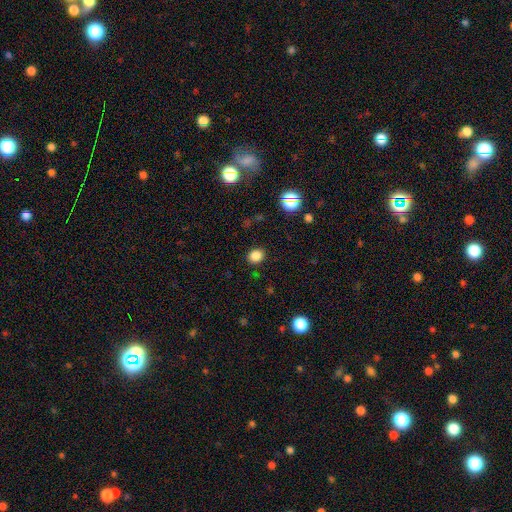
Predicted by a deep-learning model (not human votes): smooth_or_featured: smooth (p=0.84) [alt: star or artifact p=0.12]
how_rounded: round (p=0.63) [alt: in between p=0.36]
merging: none (p=0.89) [alt: minor disturbance p=0.07]